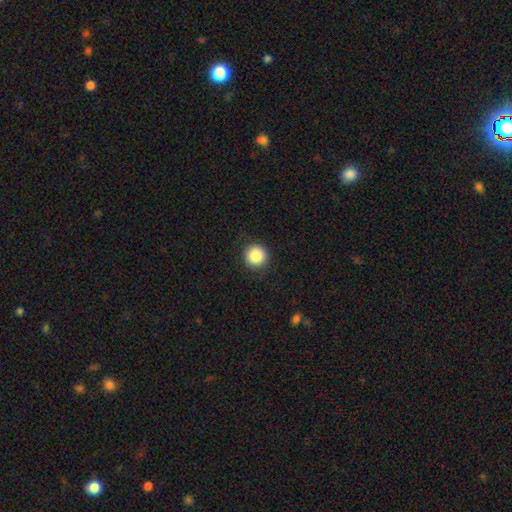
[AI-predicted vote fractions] The model was most divided on "smooth or featured": smooth: 86%, star or artifact: 9%, featured or disk: 4%. More confident: how rounded — round (96%); merging — none (91%).